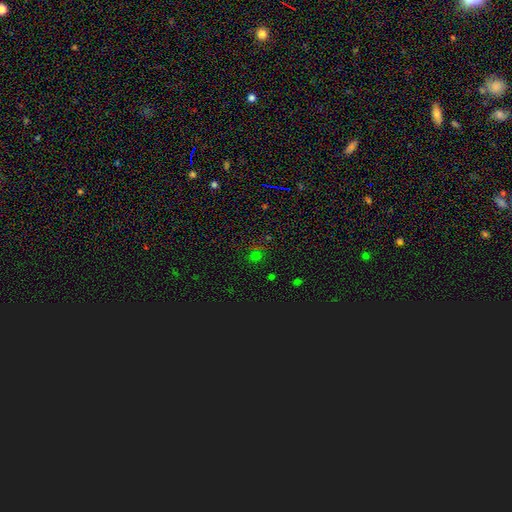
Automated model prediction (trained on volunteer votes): A star or artifact, not a galaxy (49%).